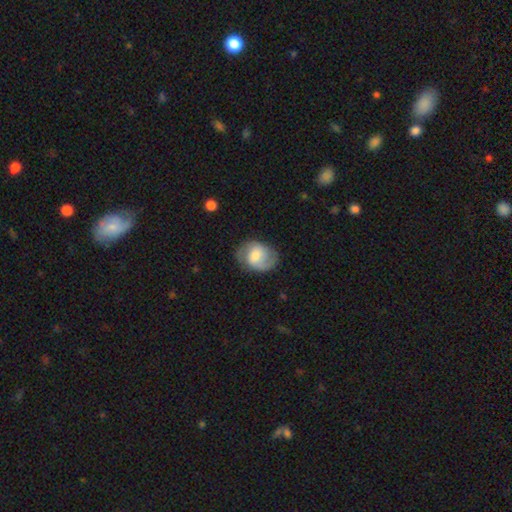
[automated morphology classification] Smooth or featured: featured or disk — 60% (smooth — 33%)
Edge-on disk: no — 97% (yes — 3%)
Bar: weak — 46% (no — 41%)
Spiral arms: yes — 88% (no — 12%)
Spiral winding: medium — 48% (tight — 27%)
Spiral arm count: 2 — 82% (can't tell — 9%)
Bulge size: moderate — 51% (small — 29%)
Merging: none — 73% (minor disturbance — 18%)